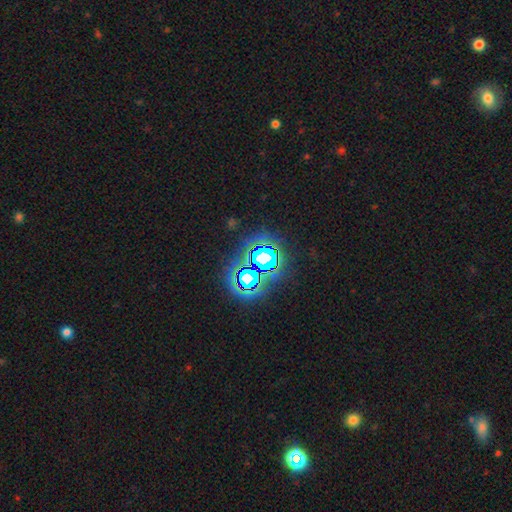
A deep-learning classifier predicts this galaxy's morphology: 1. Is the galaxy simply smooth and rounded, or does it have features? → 79% star or artifact, 14% smooth, 8% featured or disk.